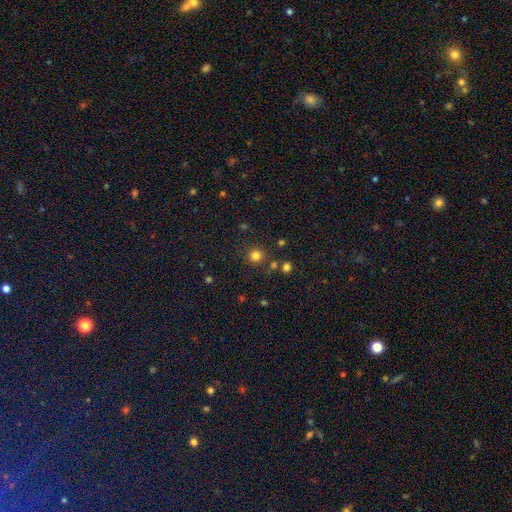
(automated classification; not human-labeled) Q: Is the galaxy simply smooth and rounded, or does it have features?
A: smooth — 78%.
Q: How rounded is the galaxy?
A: round — 93%.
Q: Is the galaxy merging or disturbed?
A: none — 85%.